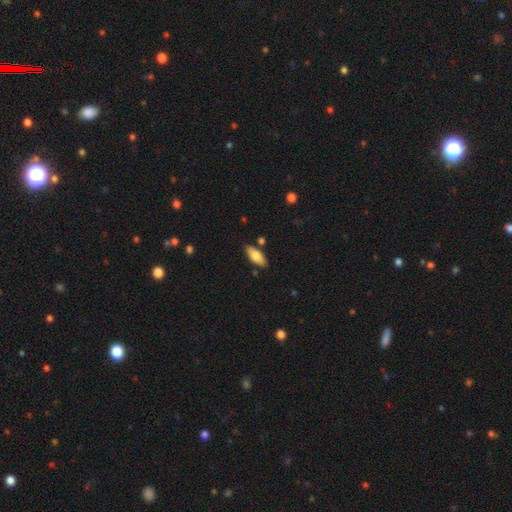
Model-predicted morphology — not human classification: This is likely a smooth galaxy (76%). How rounded: clearly in between (82%). Merging: clearly none (82%).